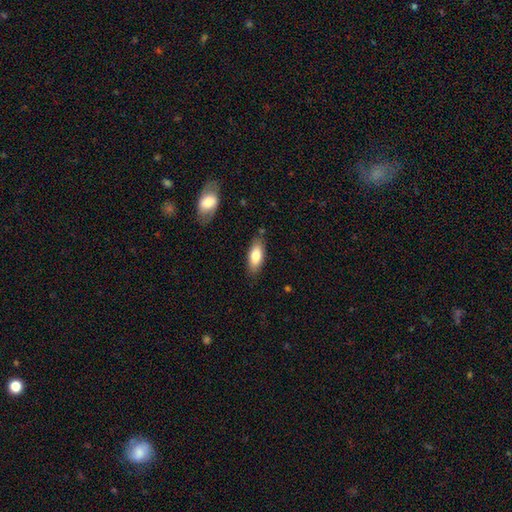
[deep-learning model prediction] smooth 79%, featured or disk 15%, star or artifact 6%. Down the decision tree: how rounded — in between (77%); merging — none (81%).